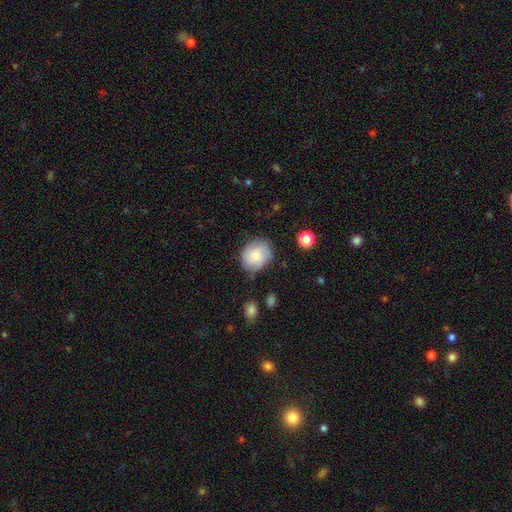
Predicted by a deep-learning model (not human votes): Smooth or featured? Predicted: smooth (p=0.74). How rounded? Predicted: round (p=0.60). Merging? Predicted: none (p=0.70).